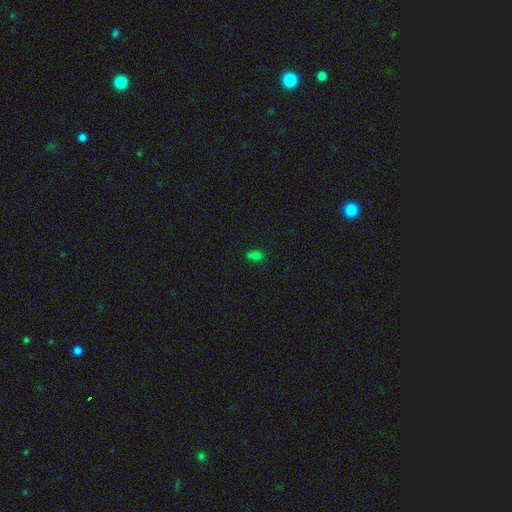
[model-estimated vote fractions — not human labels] This appears to be a smooth galaxy with no disk features (70%) that is in between round and cigar-shaped (77%). Merging: none (71%).